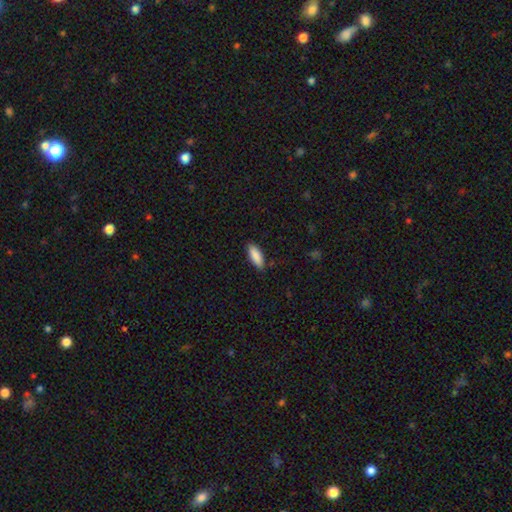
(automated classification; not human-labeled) A smooth galaxy with no disk features (89%) that is in between round and cigar-shaped (70%). Merging: none (85%).